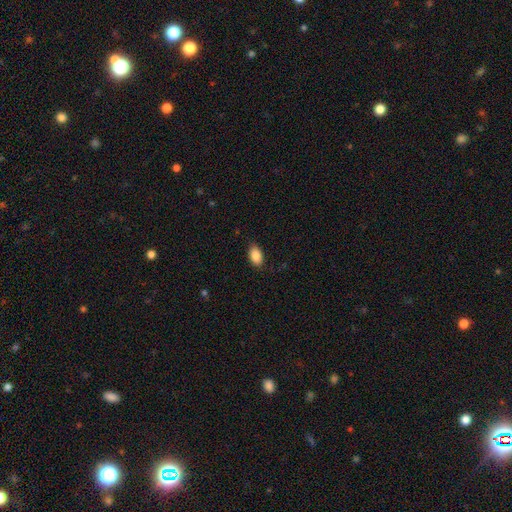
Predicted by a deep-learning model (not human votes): Morphology: type=smooth (88%); roundness=in between (91%); merging=none (86%).